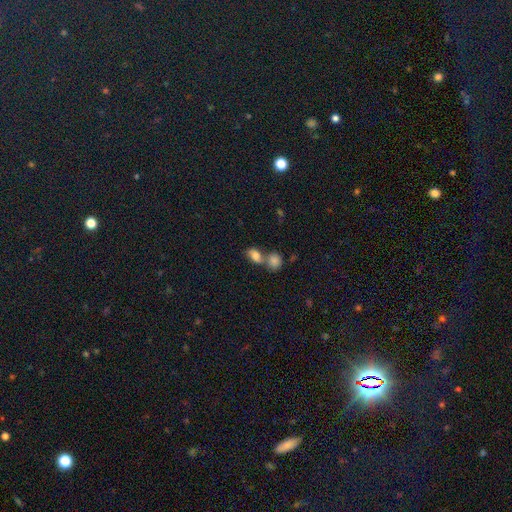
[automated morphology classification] Smooth or featured? Predicted: smooth (p=0.81). How rounded? Predicted: in between (p=0.78). Merging? Predicted: merger (p=0.57).